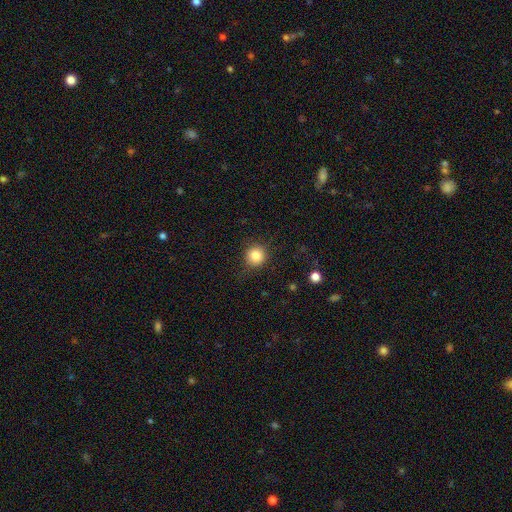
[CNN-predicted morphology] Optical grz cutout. It shows a smooth galaxy with no disk features (82%) that is round (92%). Merging: none (85%).